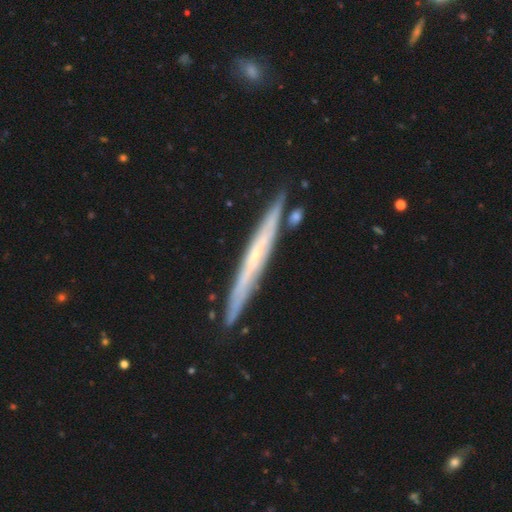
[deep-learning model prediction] A featured or disk galaxy (70%) viewed edge-on (93%) with no central bulge (67%). Merging: none (87%).